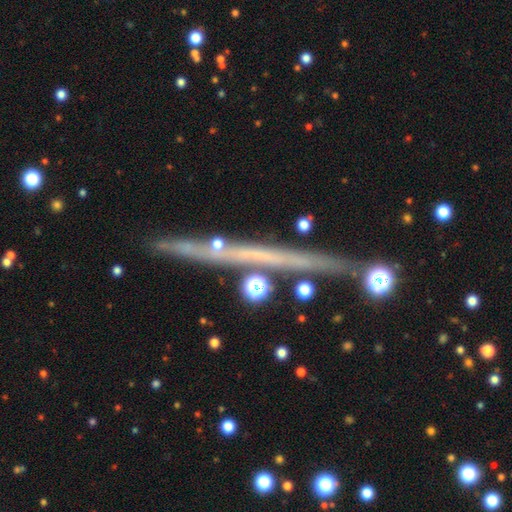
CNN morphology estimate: Smooth or featured: featured or disk — 69% (smooth — 19%)
Edge-on disk: yes — 96% (no — 4%)
Edge-on bulge: none — 82% (rounded — 13%)
Merging: none — 84% (minor disturbance — 10%)